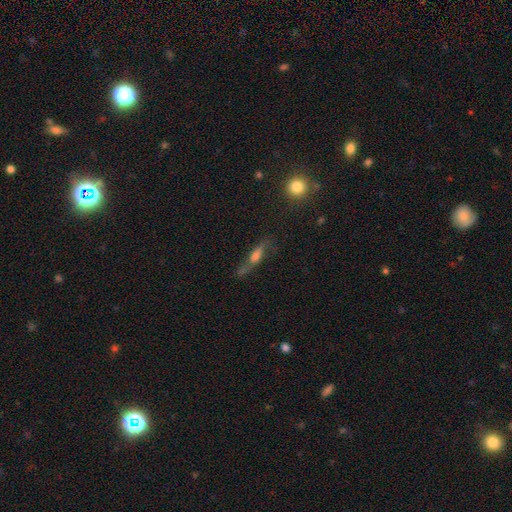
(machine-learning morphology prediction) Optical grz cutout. It shows a featured or disk galaxy (53%) viewed edge-on (70%). Merging: none (62%).